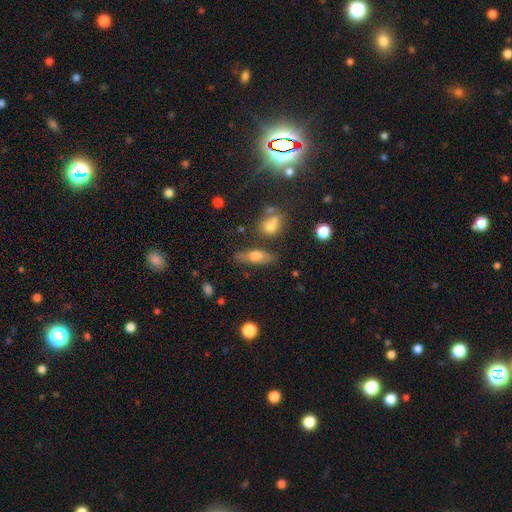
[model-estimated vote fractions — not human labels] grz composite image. It shows a smooth galaxy with no disk features (60%) that is in between round and cigar-shaped (61%). Merging: none (73%).